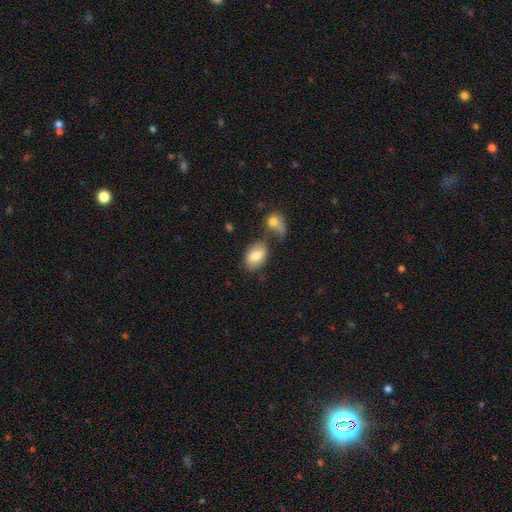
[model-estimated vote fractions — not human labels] Overall: smooth (80%). How rounded: in between (88%). Merging: none (55%; merger 24%).